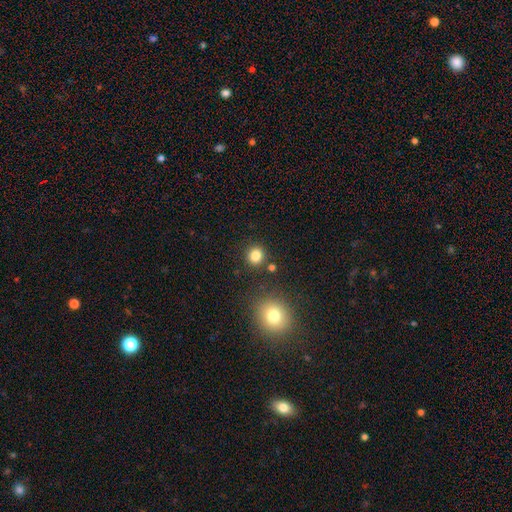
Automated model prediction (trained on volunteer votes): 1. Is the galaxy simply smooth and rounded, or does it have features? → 82% smooth, 13% star or artifact, 5% featured or disk.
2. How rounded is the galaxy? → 89% round, 10% in between, 1% cigar-shaped.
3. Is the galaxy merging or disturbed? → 86% none, 7% minor disturbance, 5% merger, 3% major disturbance.